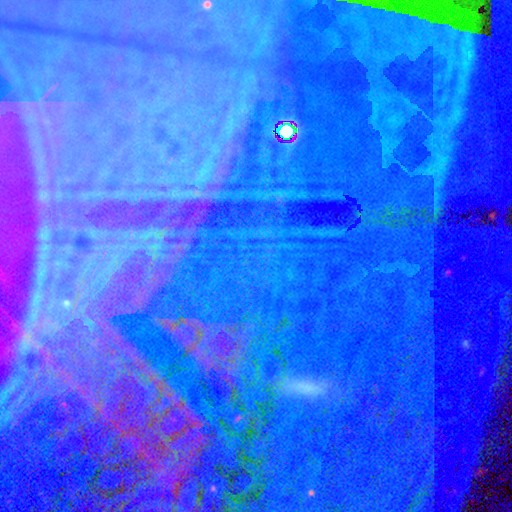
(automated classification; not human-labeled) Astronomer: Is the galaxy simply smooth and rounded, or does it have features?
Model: star or artifact — 84%.